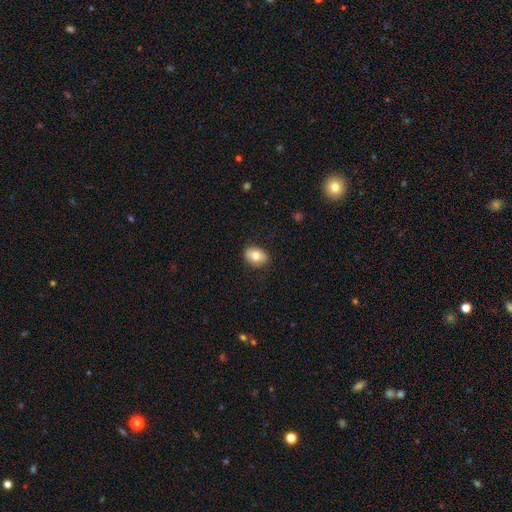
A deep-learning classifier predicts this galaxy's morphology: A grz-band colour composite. It shows a smooth galaxy with no disk features (69%) that is in between round and cigar-shaped (62%). Merging: none (83%).